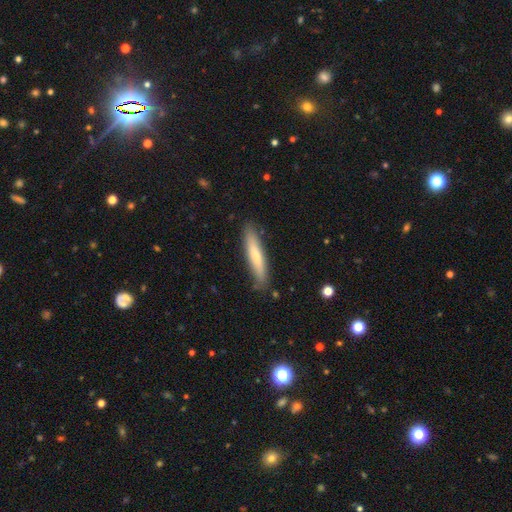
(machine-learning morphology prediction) This is likely a smooth galaxy (66%). How rounded: clearly cigar-shaped (88%). Merging: clearly none (84%).